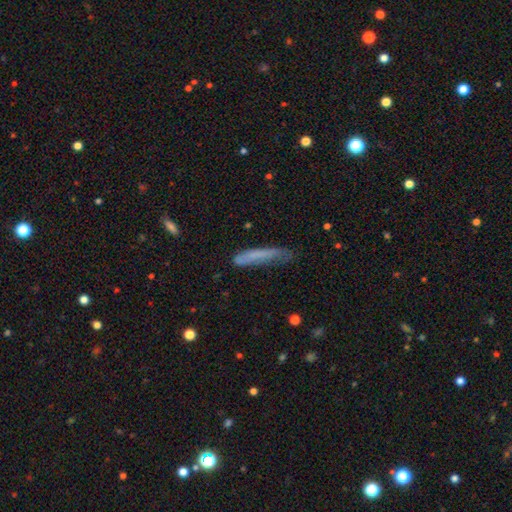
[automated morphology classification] type=smooth (67%); roundness=cigar-shaped (92%); merging=none (56%).